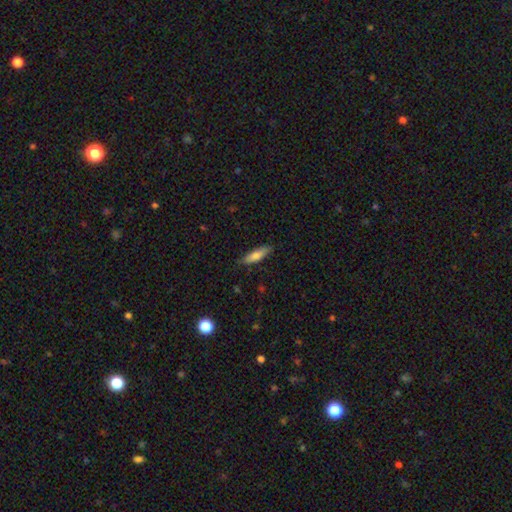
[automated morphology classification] type=smooth (74%); roundness=cigar-shaped (67%); merging=none (83%).